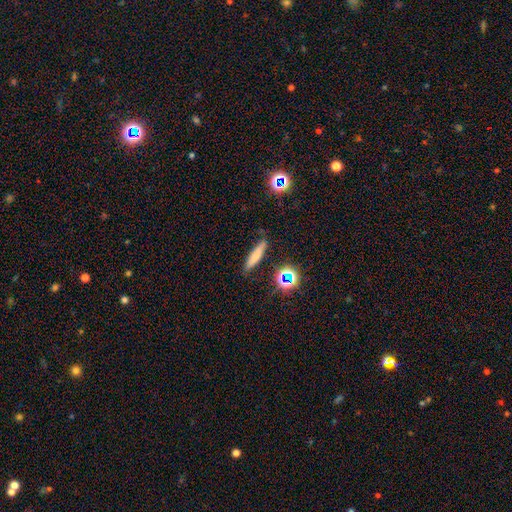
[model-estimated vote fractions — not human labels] Smooth or featured? Predicted: smooth (p=0.70). How rounded? Predicted: cigar-shaped (p=0.82). Merging? Predicted: none (p=0.81).